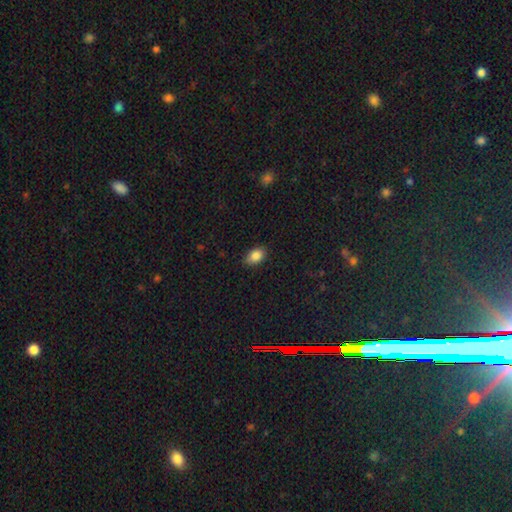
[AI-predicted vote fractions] A smooth galaxy with no disk features (87%) that is in between round and cigar-shaped (86%).

Vote fractions:
- Smooth or featured? smooth: 87% / star or artifact: 8% / featured or disk: 5%
- How rounded? in between: 86% / round: 12% / cigar-shaped: 2%
- Merging? none: 84% / minor disturbance: 13% / major disturbance: 2% / merger: 1%